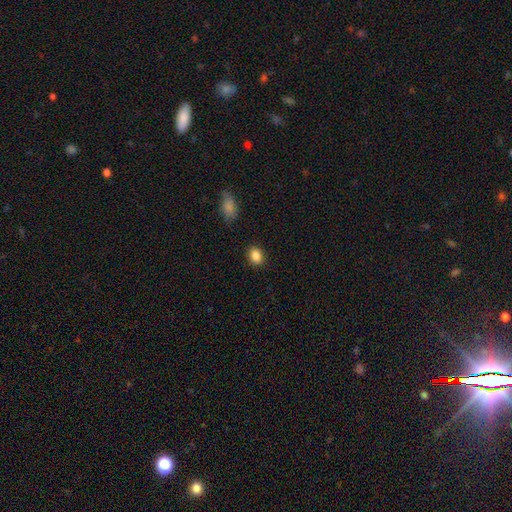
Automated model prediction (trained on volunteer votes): Smooth or featured? Predicted: smooth (p=0.87). How rounded? Predicted: in between (p=0.63). Merging? Predicted: none (p=0.87).